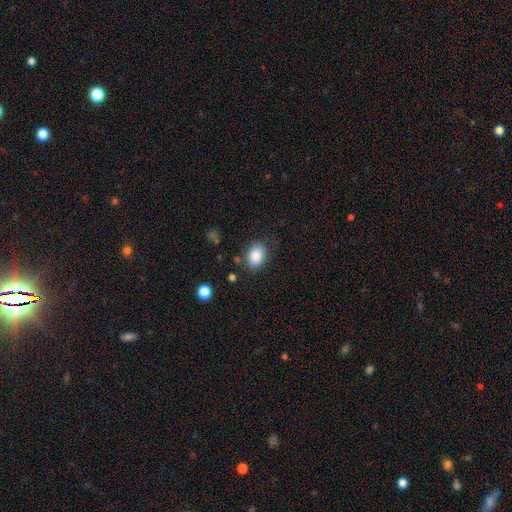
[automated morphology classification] Smooth or featured? smooth (87%)
How rounded? in between (72%)
Merging? none (81%)